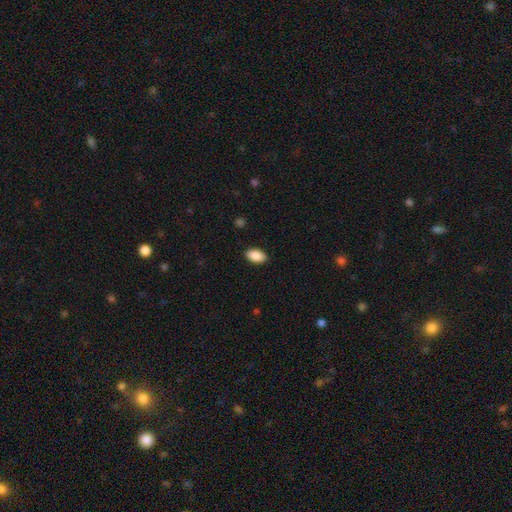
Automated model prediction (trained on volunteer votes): smooth-or-featured: smooth: 90% | star or artifact: 7% | featured or disk: 3%
  how-rounded: in between: 94% | round: 4% | cigar-shaped: 2%
  merging: none: 89% | minor disturbance: 8% | major disturbance: 2% | merger: 1%